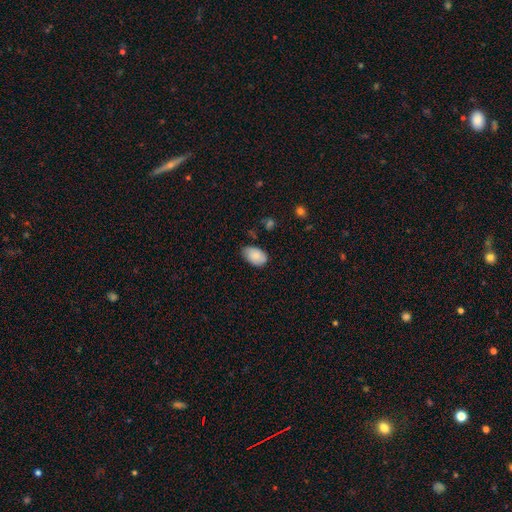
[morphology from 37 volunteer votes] A smooth galaxy with no disk features (92%) that is in between round and cigar-shaped (94%).

Vote fractions:
- Smooth or featured? smooth: 92% / star or artifact: 5% / featured or disk: 3%
- How rounded? in between: 94% / round: 6% / cigar-shaped: 0%
- Merging? none: 57% / minor disturbance: 37% / major disturbance: 3% / merger: 3%